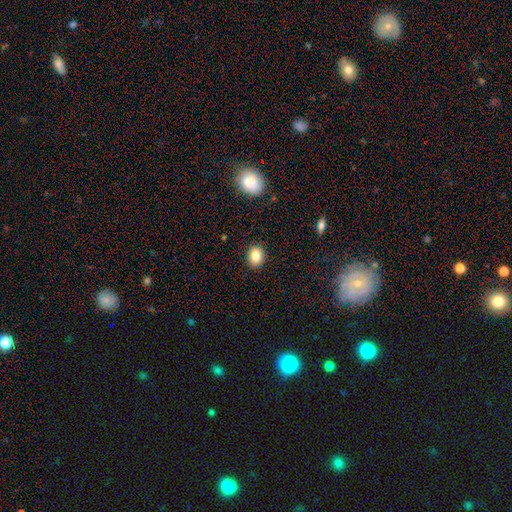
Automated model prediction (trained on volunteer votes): smooth 85%, star or artifact 9%, featured or disk 6%. Down the decision tree: how rounded — in between (55%); merging — none (89%).